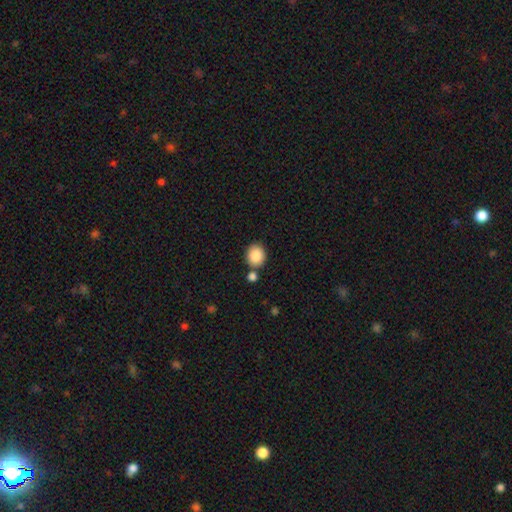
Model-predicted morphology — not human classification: Smooth or featured?
  - smooth: 87% *
  - star or artifact: 8%
  - featured or disk: 5%
How rounded?
  - round: 67% *
  - in between: 32%
  - cigar-shaped: 1%
Merging?
  - none: 73% *
  - merger: 14%
  - minor disturbance: 10%
  - major disturbance: 3%